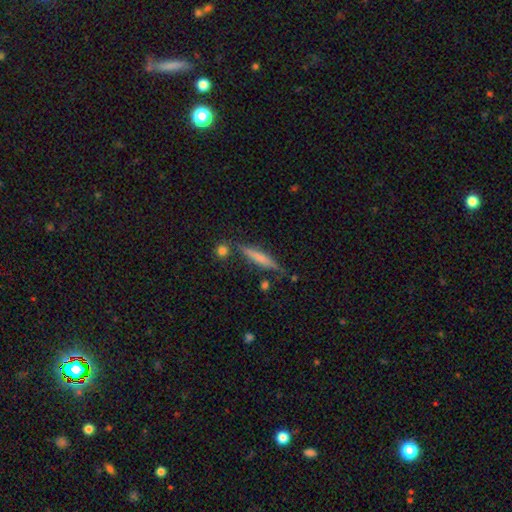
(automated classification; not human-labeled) Smooth or featured?
  - smooth: 50% *
  - featured or disk: 42%
  - star or artifact: 8%
Merging?
  - none: 78% *
  - minor disturbance: 13%
  - merger: 6%
  - major disturbance: 3%